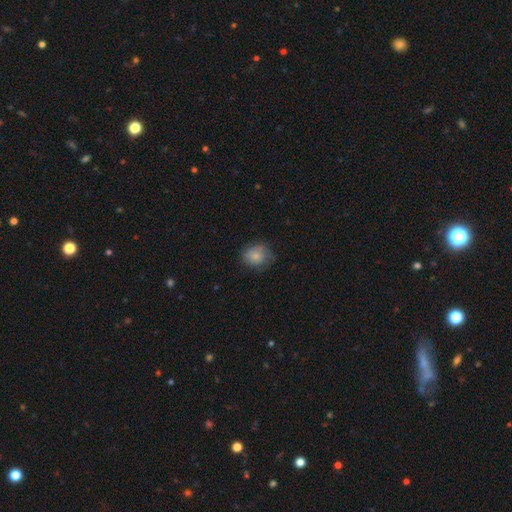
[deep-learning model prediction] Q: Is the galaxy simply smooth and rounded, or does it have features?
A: smooth — 77%.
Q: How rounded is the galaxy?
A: round — 65%.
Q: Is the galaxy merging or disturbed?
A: none — 68%.